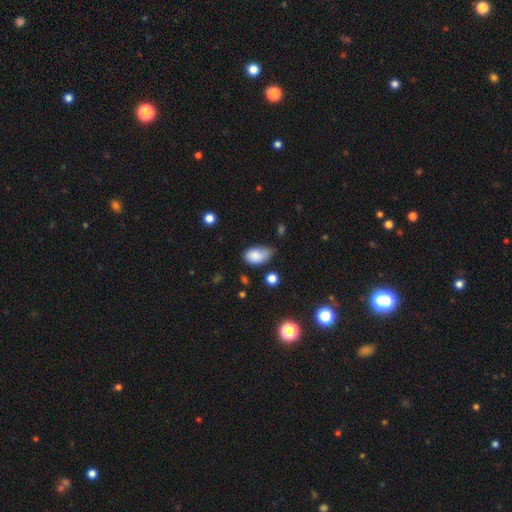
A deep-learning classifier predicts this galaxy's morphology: The model was most divided on "merging": none: 44%, minor disturbance: 42%, major disturbance: 10%, merger: 4%. More confident: how rounded — in between (91%); smooth or featured — smooth (84%).